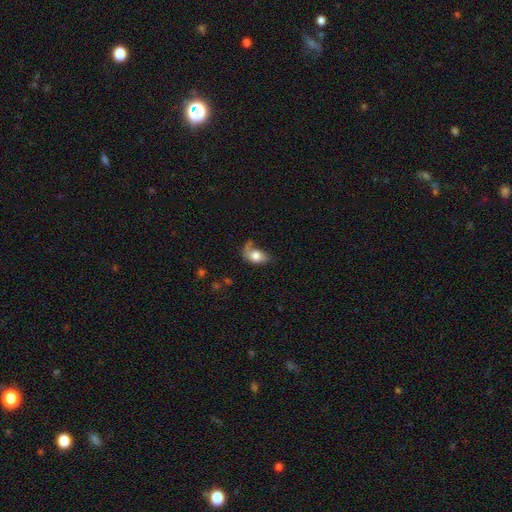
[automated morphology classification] A smooth galaxy with no disk features (70%) that is in between round and cigar-shaped (85%).

Vote fractions:
- Smooth or featured? smooth: 70% / featured or disk: 22% / star or artifact: 8%
- How rounded? in between: 85% / round: 13% / cigar-shaped: 2%
- Merging? none: 35% / minor disturbance: 27% / major disturbance: 26% / merger: 12%